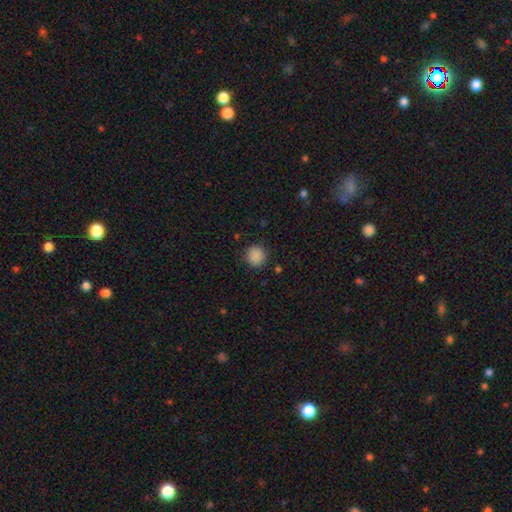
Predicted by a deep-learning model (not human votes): Smooth or featured? smooth (87%)
How rounded? round (90%)
Merging? none (87%)